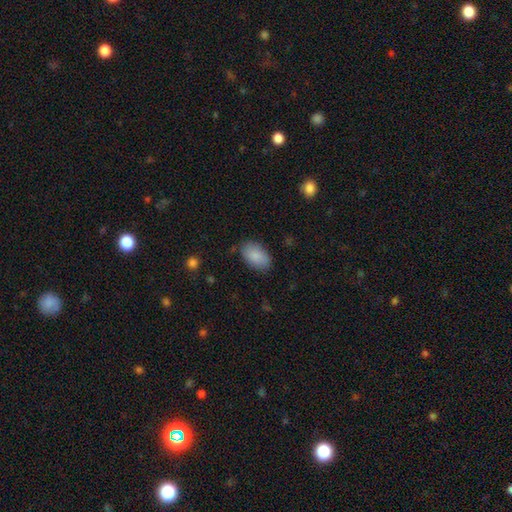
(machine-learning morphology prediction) Smooth or featured: smooth — 88% (star or artifact — 6%)
How rounded: in between — 93% (round — 6%)
Merging: none — 82% (minor disturbance — 13%)